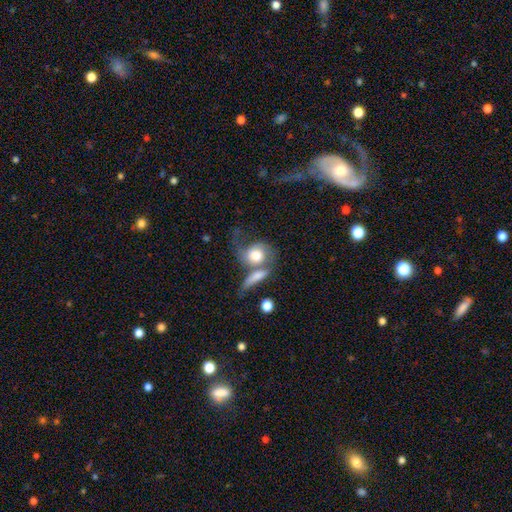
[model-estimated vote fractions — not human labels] This appears to be a smooth galaxy with no disk features (51%) that is round (58%). Merging: merger (43%).